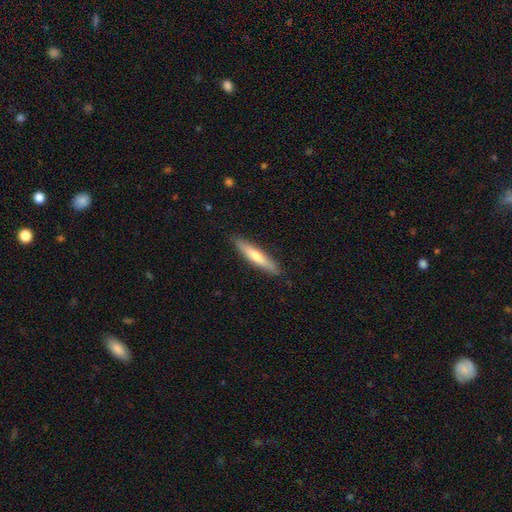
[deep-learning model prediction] Q: Smooth or featured?
A: smooth (62%); runner-up: featured or disk (33%)
Q: How rounded?
A: cigar-shaped (89%); runner-up: in between (9%)
Q: Merging?
A: none (89%); runner-up: minor disturbance (8%)